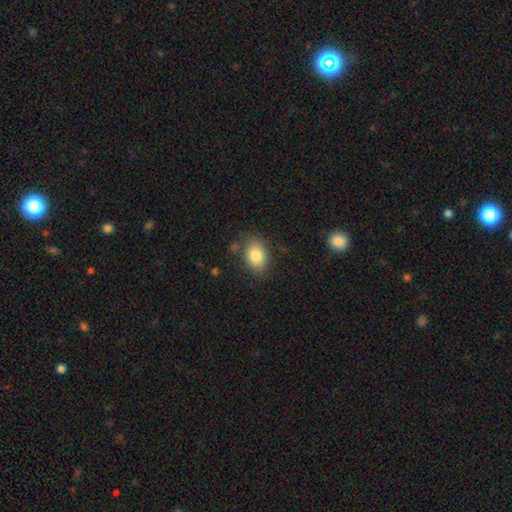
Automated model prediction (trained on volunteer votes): Smooth or featured? Predicted: smooth (p=0.82). How rounded? Predicted: in between (p=0.77). Merging? Predicted: none (p=0.79).